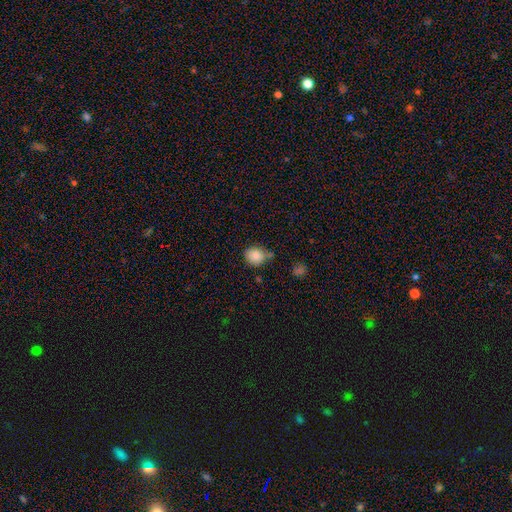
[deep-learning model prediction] smooth-or-featured: smooth: 85% | star or artifact: 9% | featured or disk: 5%
  how-rounded: round: 66% | in between: 33% | cigar-shaped: 1%
  merging: none: 60% | minor disturbance: 24% | merger: 10% | major disturbance: 6%